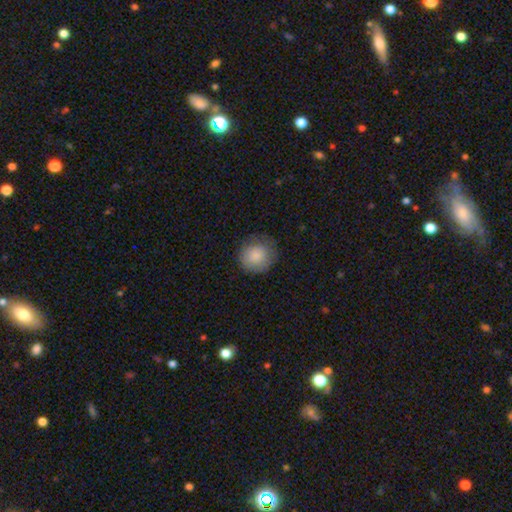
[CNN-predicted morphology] The model was most divided on "merging": none: 75%, minor disturbance: 18%, major disturbance: 5%, merger: 1%. More confident: how rounded — round (89%); smooth or featured — smooth (86%).